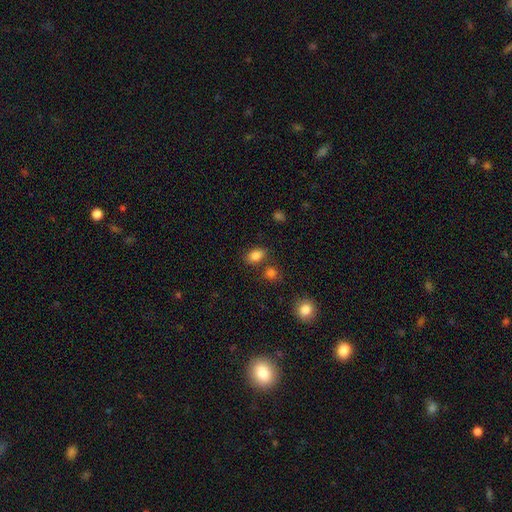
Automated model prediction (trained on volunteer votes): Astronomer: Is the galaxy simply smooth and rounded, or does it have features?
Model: smooth — 84%.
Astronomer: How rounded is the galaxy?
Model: in between — 81%.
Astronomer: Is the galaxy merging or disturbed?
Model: none — 73%.